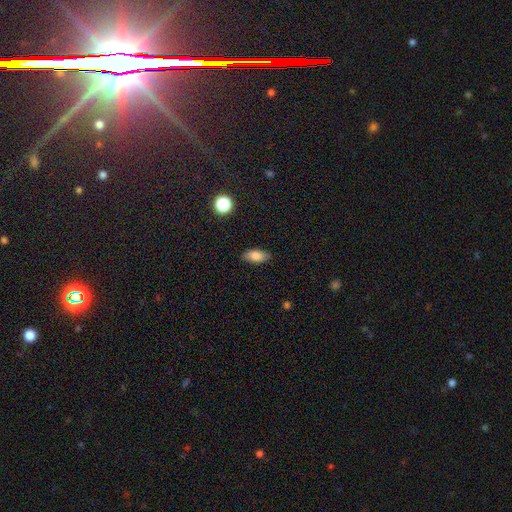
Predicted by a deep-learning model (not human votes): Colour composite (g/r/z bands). It shows a smooth galaxy with no disk features (82%) that is in between round and cigar-shaped (88%). Merging: none (86%).